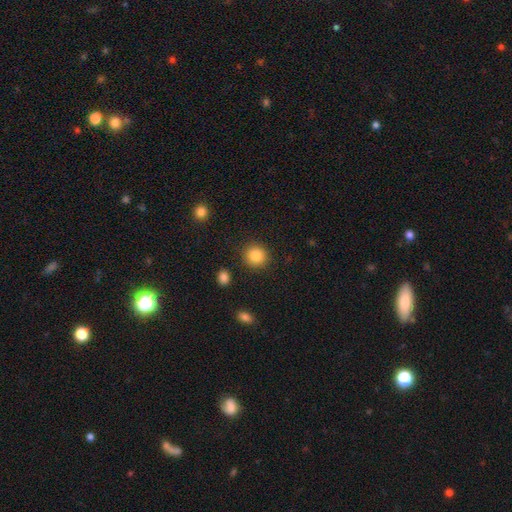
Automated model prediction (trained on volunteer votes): smooth 87%, star or artifact 9%, featured or disk 4%. Down the decision tree: how rounded — round (90%); merging — none (89%).